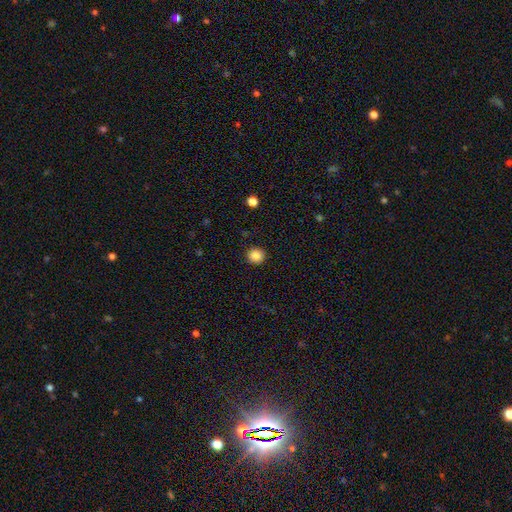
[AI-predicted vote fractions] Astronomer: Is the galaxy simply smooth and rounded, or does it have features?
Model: smooth — 86%.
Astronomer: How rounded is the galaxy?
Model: round — 90%.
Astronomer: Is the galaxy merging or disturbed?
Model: none — 91%.